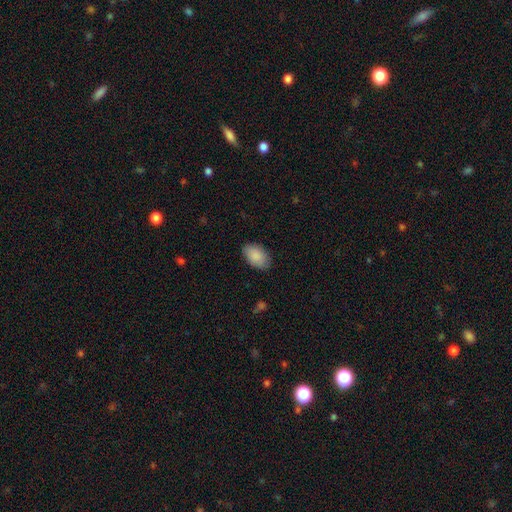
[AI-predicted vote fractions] smooth-or-featured: smooth: 89% | star or artifact: 6% | featured or disk: 5%
  how-rounded: in between: 92% | round: 7% | cigar-shaped: 1%
  merging: none: 83% | minor disturbance: 13% | major disturbance: 3% | merger: 1%